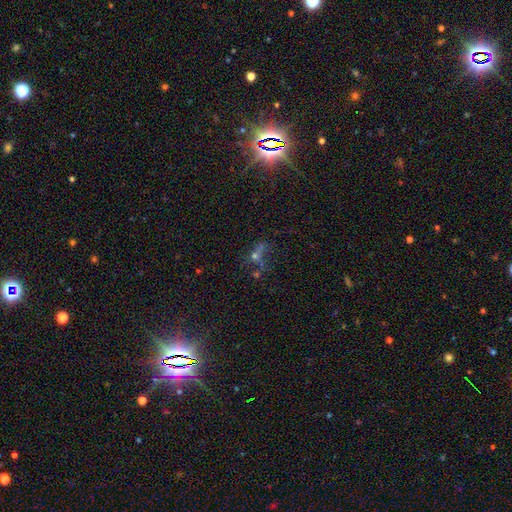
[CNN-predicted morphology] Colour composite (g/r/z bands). It shows a star or artifact, not a galaxy (47%).